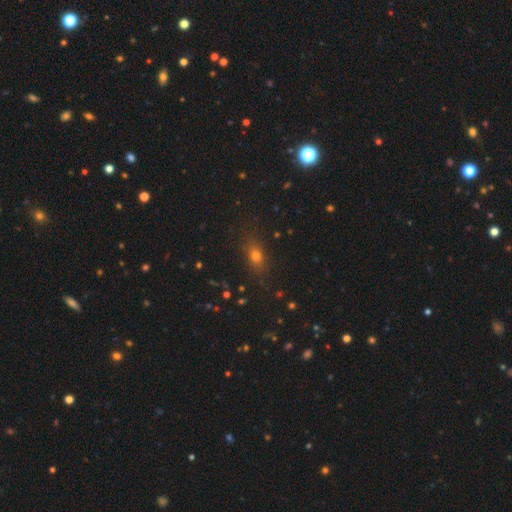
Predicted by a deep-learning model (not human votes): A smooth galaxy with no disk features (68%) that is in between round and cigar-shaped (60%). Merging: none (82%).